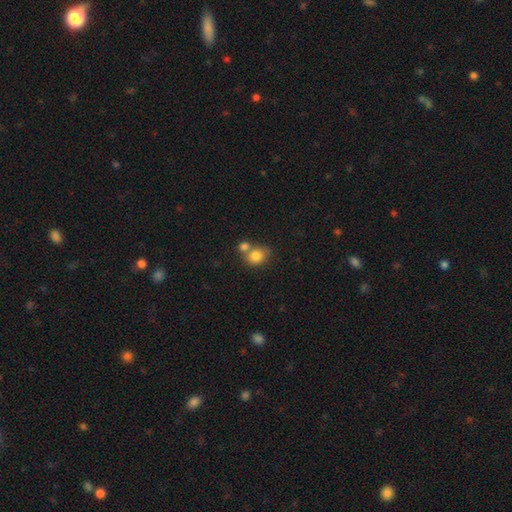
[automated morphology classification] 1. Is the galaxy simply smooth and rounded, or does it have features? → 82% smooth, 9% featured or disk, 9% star or artifact.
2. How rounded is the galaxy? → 61% round, 38% in between, 1% cigar-shaped.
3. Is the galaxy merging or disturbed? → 43% merger, 41% none, 11% minor disturbance, 4% major disturbance.